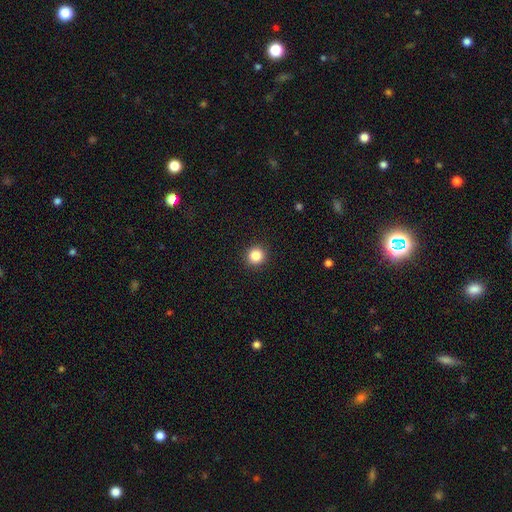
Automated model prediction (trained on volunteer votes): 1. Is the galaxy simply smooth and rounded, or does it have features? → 85% smooth, 11% star or artifact, 4% featured or disk.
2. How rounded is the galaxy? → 94% round, 5% in between, 1% cigar-shaped.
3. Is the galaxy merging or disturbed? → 92% none, 5% minor disturbance, 2% major disturbance, 1% merger.